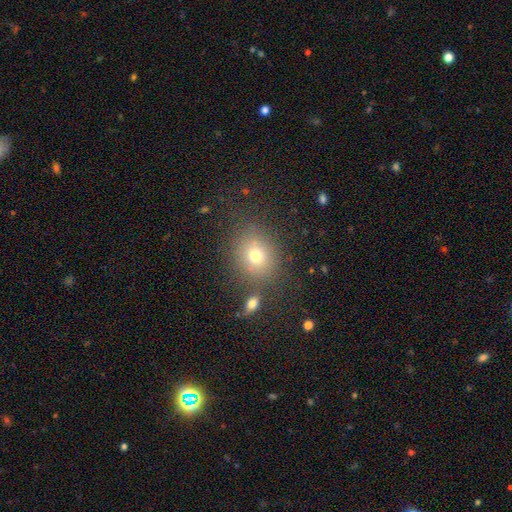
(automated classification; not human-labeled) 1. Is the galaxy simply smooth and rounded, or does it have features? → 71% smooth, 15% star or artifact, 13% featured or disk.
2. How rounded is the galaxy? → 64% round, 35% in between, 1% cigar-shaped.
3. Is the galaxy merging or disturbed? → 76% none, 12% minor disturbance, 7% merger, 5% major disturbance.